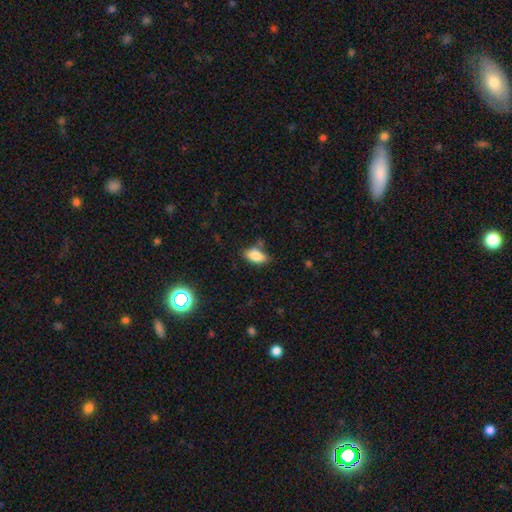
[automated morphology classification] The model was most divided on "merging": none: 62%, minor disturbance: 23%, merger: 9%, major disturbance: 6%. More confident: how rounded — in between (90%); smooth or featured — smooth (81%).